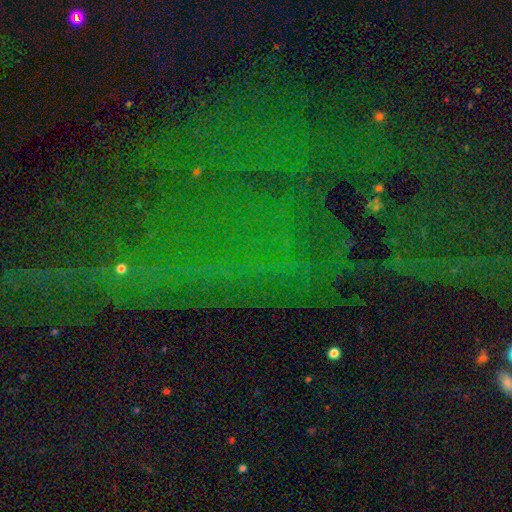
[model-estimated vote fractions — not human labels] This is clearly a star or artifact rather than a galaxy (81%).